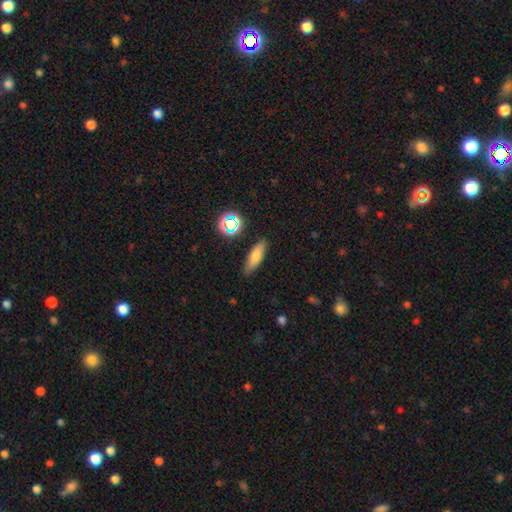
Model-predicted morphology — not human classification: A smooth galaxy with no disk features (74%) that is in between round and cigar-shaped (50%).

Vote fractions:
- Smooth or featured? smooth: 74% / featured or disk: 15% / star or artifact: 11%
- How rounded? in between: 50% / cigar-shaped: 46% / round: 4%
- Merging? none: 84% / minor disturbance: 12% / major disturbance: 3% / merger: 2%